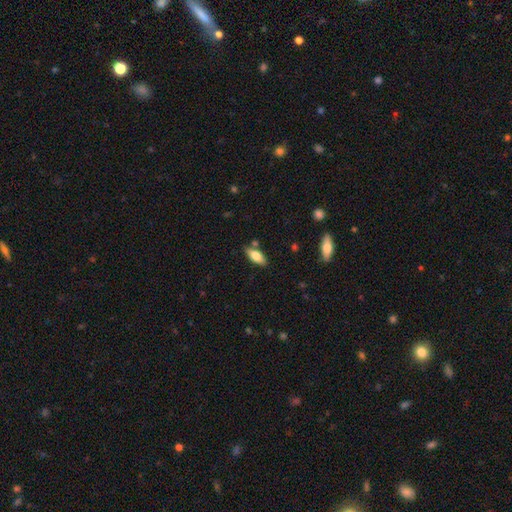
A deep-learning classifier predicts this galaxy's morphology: A smooth galaxy with no disk features (69%) that is in between round and cigar-shaped (79%). Merging: none (78%).